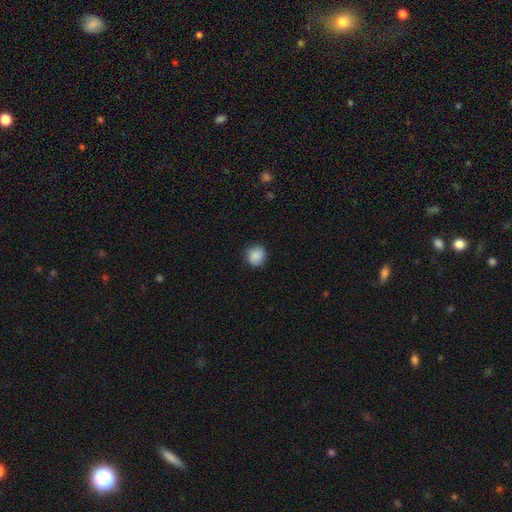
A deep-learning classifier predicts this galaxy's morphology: Smooth or featured? smooth (88%)
How rounded? round (86%)
Merging? none (85%)